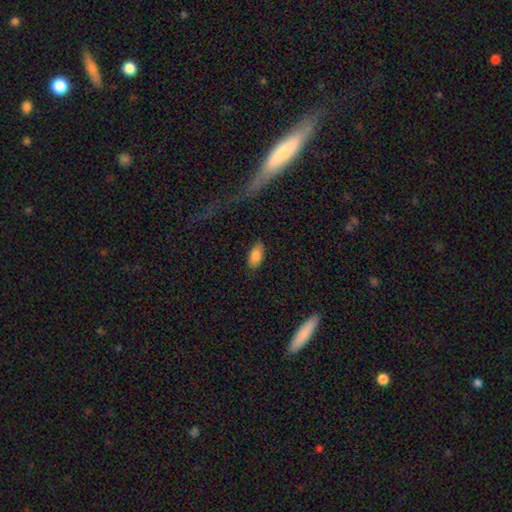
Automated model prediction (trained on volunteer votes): Overall: smooth (87%). How rounded: in between (92%). Merging: none (85%).